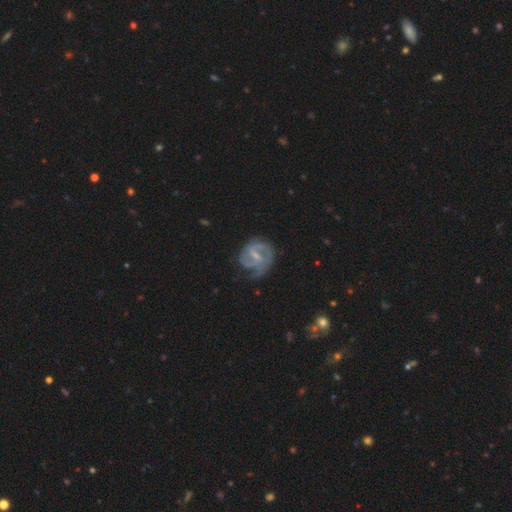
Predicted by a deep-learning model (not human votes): Smooth or featured: featured or disk — 79% (smooth — 15%)
Edge-on disk: no — 98% (yes — 2%)
Bar: weak — 55% (strong — 28%)
Spiral arms: yes — 89% (no — 11%)
Spiral winding: medium — 43% (tight — 40%)
Spiral arm count: 2 — 45% (can't tell — 25%)
Bulge size: small — 47% (moderate — 27%)
Merging: none — 51% (minor disturbance — 26%)